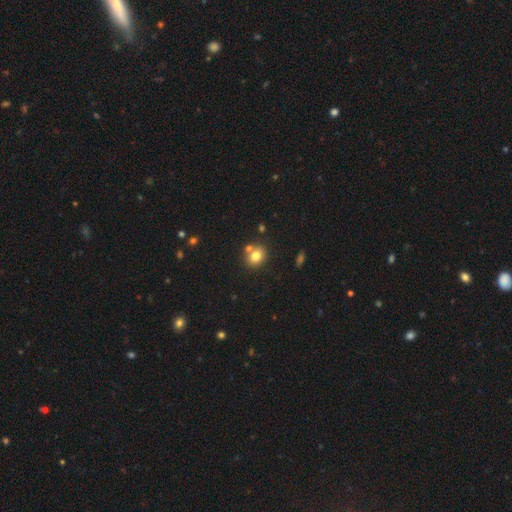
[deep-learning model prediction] Overall: smooth (78%). How rounded: round (64%; in between 36%). Merging: none (68%).